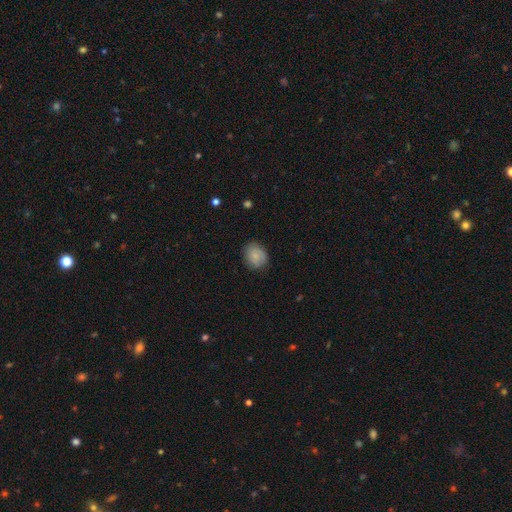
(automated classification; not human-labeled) Morphology: type=smooth (78%); roundness=round (57%); merging=none (80%).